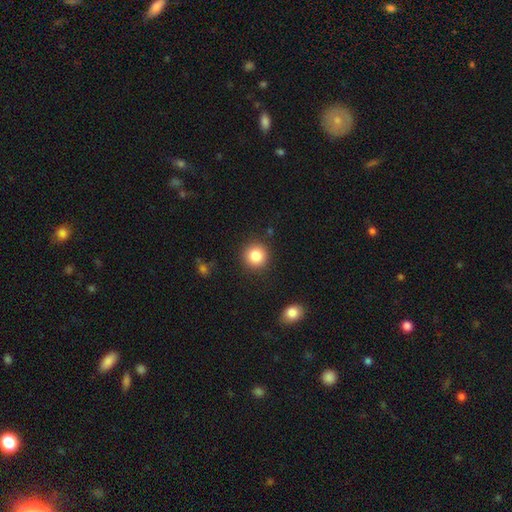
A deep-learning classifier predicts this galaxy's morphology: A smooth galaxy with no disk features (84%) that is round (93%). Merging: none (89%).